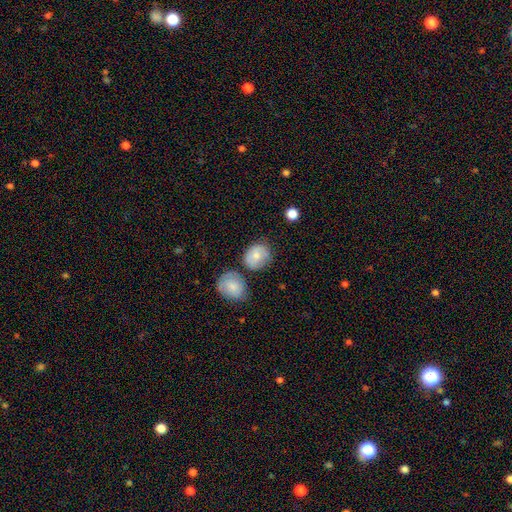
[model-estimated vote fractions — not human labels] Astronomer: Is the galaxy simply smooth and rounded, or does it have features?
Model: smooth — 76%.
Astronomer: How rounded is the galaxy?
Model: round — 65%.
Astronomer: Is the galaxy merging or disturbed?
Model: none — 59%.